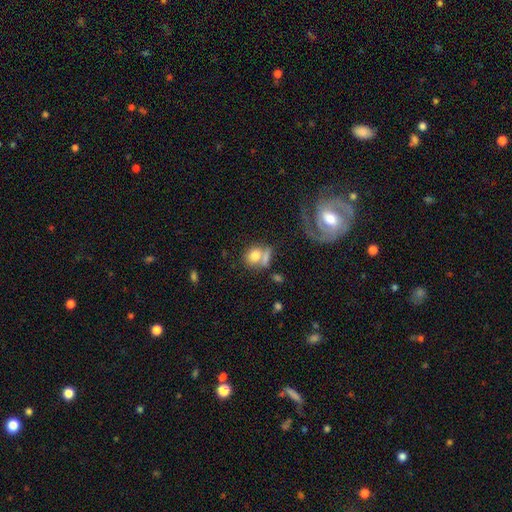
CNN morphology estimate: smooth 73%, featured or disk 18%, star or artifact 9%. Down the decision tree: how rounded — round (53%); merging — none (40%).